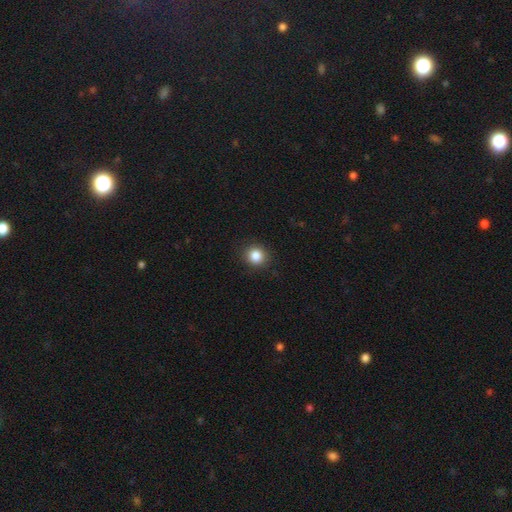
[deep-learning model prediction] Smooth or featured? smooth (85%)
How rounded? round (87%)
Merging? none (91%)